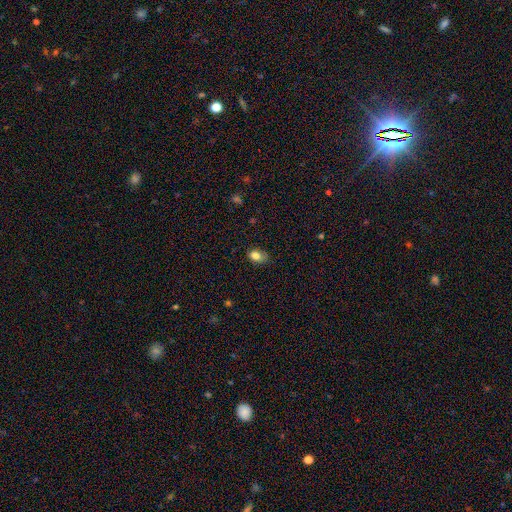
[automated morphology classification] Smooth or featured: smooth — 81% (star or artifact — 10%)
How rounded: in between — 74% (round — 25%)
Merging: none — 62% (minor disturbance — 29%)